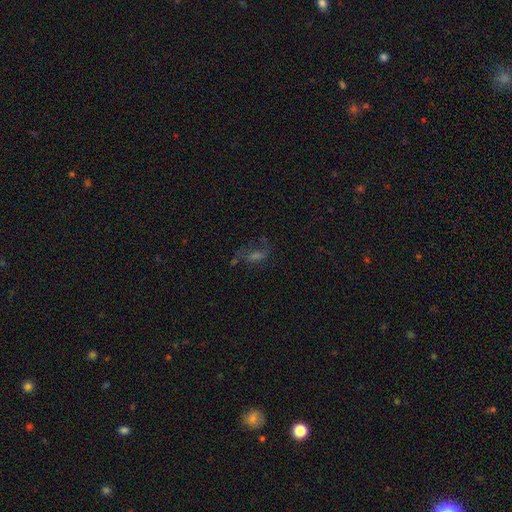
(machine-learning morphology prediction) Overall: featured or disk (42%; star or artifact 33%). Merging: none (56%; major disturbance 22%).